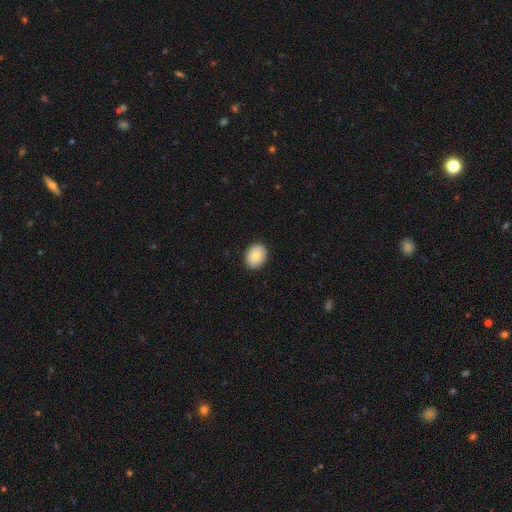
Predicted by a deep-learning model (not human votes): Q: Smooth or featured?
A: smooth (83%); runner-up: featured or disk (9%)
Q: How rounded?
A: in between (64%); runner-up: round (35%)
Q: Merging?
A: none (89%); runner-up: minor disturbance (8%)